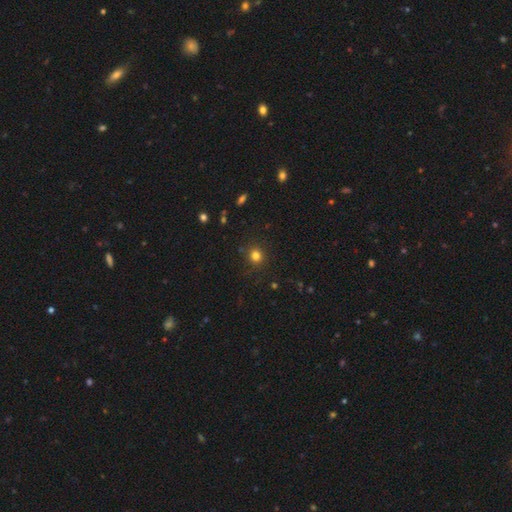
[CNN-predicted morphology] type=smooth (80%); roundness=round (90%); merging=none (88%).